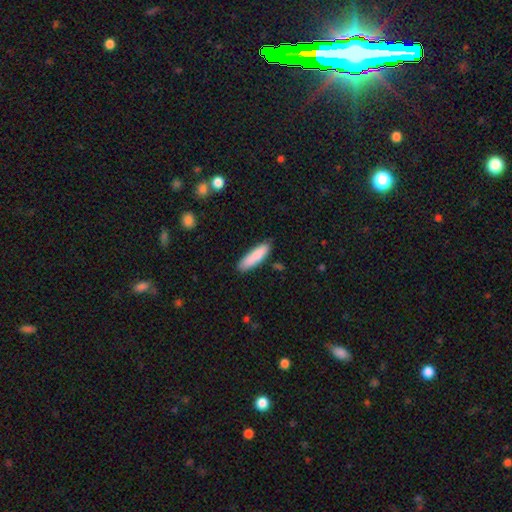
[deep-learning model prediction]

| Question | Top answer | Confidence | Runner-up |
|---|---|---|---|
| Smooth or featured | smooth | 86% | featured or disk (9%) |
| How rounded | cigar-shaped | 65% | in between (34%) |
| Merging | none | 82% | minor disturbance (14%) |